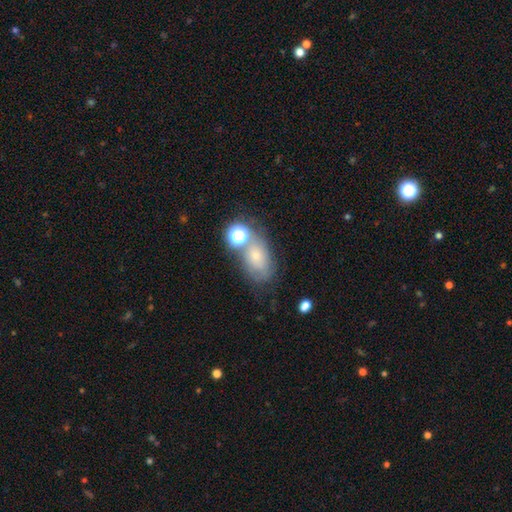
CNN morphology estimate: smooth 55%, featured or disk 27%, star or artifact 18%. Down the decision tree: how rounded — in between (76%); merging — none (45%).